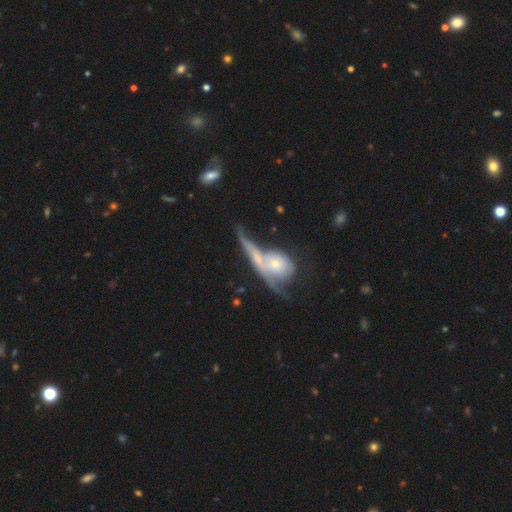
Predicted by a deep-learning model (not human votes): Smooth or featured: featured or disk — 55% (smooth — 38%)
Edge-on disk: no — 60% (yes — 40%)
Merging: merger — 58% (none — 18%)